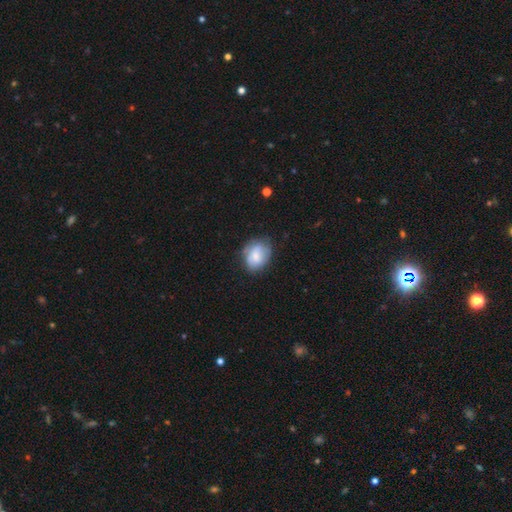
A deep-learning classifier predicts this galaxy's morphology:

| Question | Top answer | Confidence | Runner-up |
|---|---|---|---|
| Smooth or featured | smooth | 68% | featured or disk (24%) |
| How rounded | in between | 61% | round (38%) |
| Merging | none | 64% | minor disturbance (26%) |